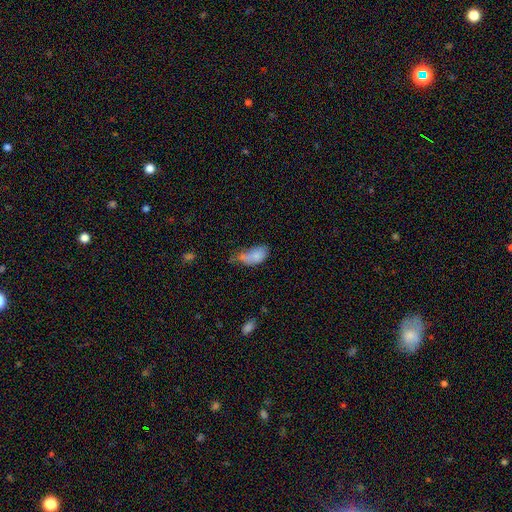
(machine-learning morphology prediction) Smooth or featured? smooth (77%)
How rounded? in between (92%)
Merging? minor disturbance (36%)